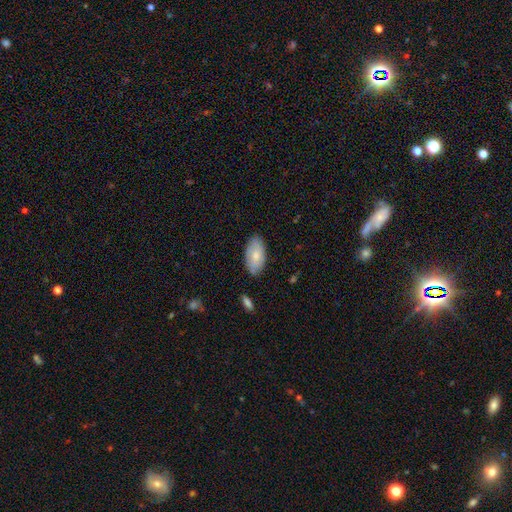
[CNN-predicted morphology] Smooth or featured? smooth (74%)
How rounded? in between (94%)
Merging? none (80%)